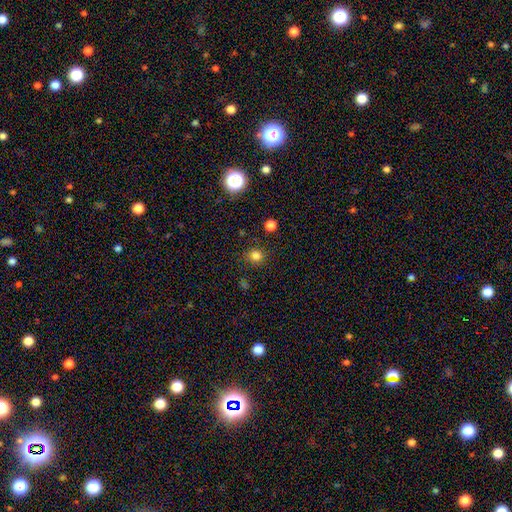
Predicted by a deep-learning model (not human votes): A smooth galaxy with no disk features (79%) that is round (84%).

Vote fractions:
- Smooth or featured? smooth: 79% / star or artifact: 16% / featured or disk: 4%
- How rounded? round: 84% / in between: 15% / cigar-shaped: 1%
- Merging? none: 86% / minor disturbance: 9% / major disturbance: 3% / merger: 2%